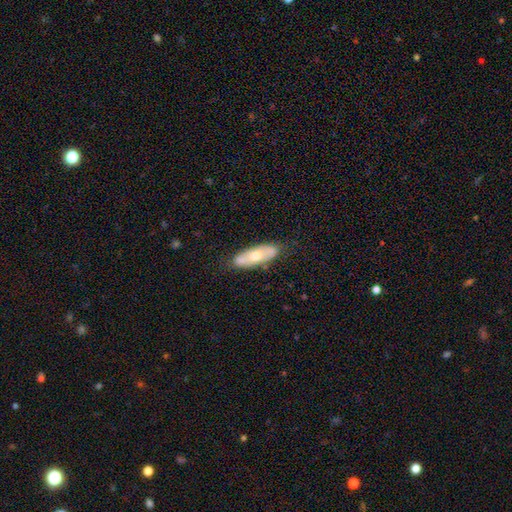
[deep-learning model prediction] Overall: smooth (53%; featured or disk 41%). How rounded: in between (67%; cigar-shaped 30%). Merging: none (79%).